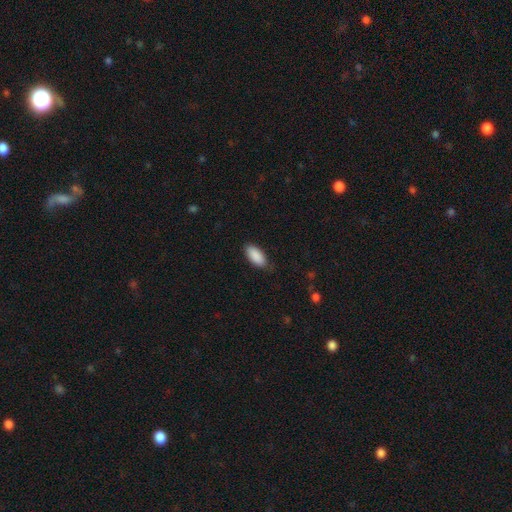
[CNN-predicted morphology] smooth-or-featured: smooth: 90% | star or artifact: 6% | featured or disk: 4%
  how-rounded: in between: 91% | cigar-shaped: 8% | round: 2%
  merging: none: 82% | minor disturbance: 15% | major disturbance: 3% | merger: 1%